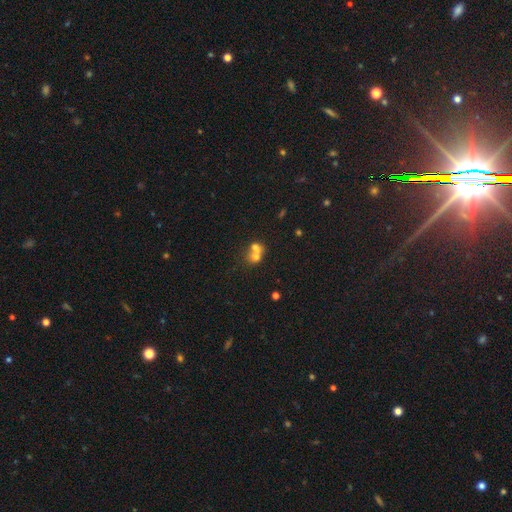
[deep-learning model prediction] This appears to be a smooth galaxy with no disk features (64%) that is round (65%). Merging: merger (67%).